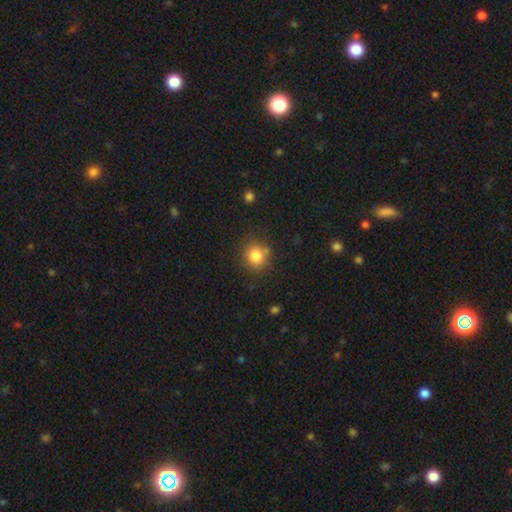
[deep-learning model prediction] smooth 82%, star or artifact 11%, featured or disk 7%. Down the decision tree: how rounded — round (86%); merging — none (78%).